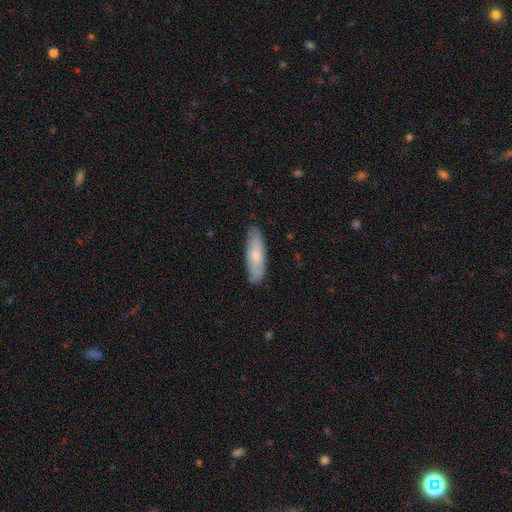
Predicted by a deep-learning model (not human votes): This appears to be a smooth galaxy with no disk features (73%) that is cigar-shaped (53%). Merging: none (85%).